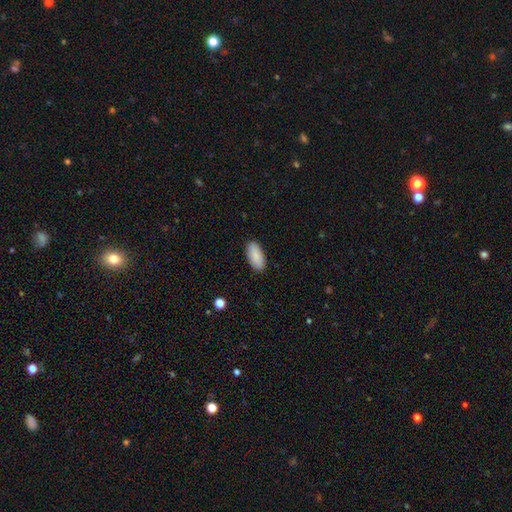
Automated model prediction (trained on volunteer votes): Overall: smooth (89%). How rounded: in between (91%). Merging: none (89%).